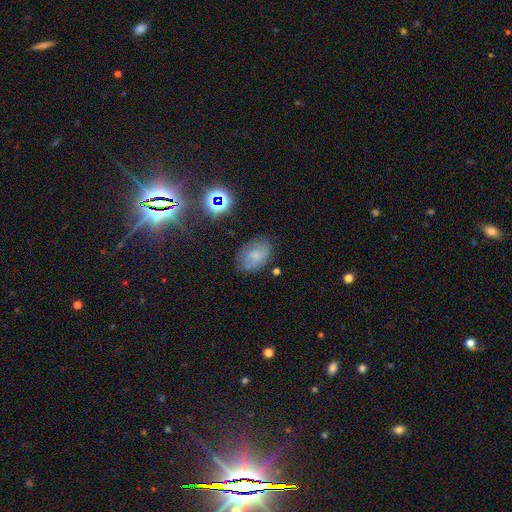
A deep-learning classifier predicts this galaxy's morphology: The model was most divided on "smooth or featured": smooth: 56%, featured or disk: 30%, star or artifact: 14%. More confident: how rounded — in between (80%); merging — none (70%).